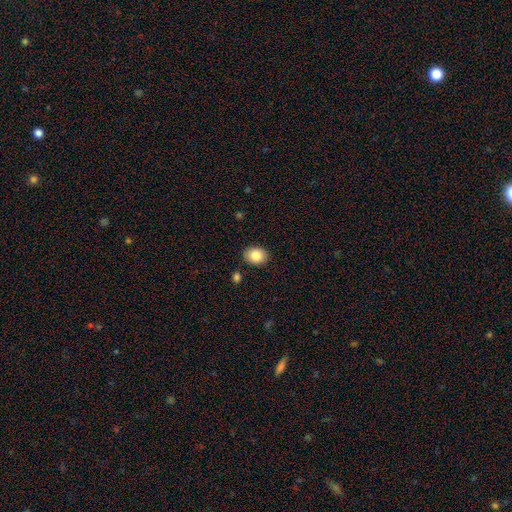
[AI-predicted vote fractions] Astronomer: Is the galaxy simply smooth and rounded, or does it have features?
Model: smooth — 85%.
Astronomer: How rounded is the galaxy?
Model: in between — 53% (runner-up: round, 46%).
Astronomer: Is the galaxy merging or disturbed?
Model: none — 87%.